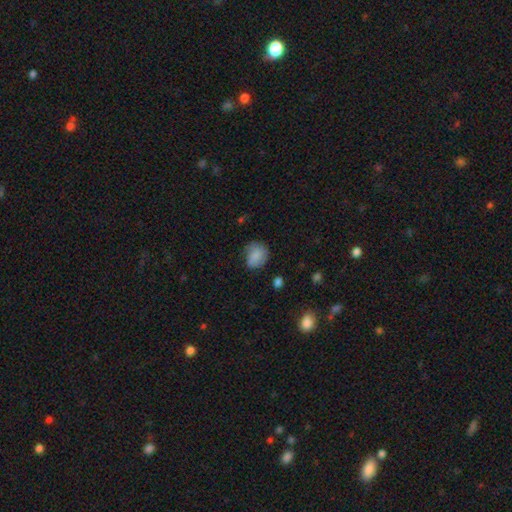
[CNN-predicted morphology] Smooth or featured? smooth (76%)
How rounded? round (59%)
Merging? none (58%)